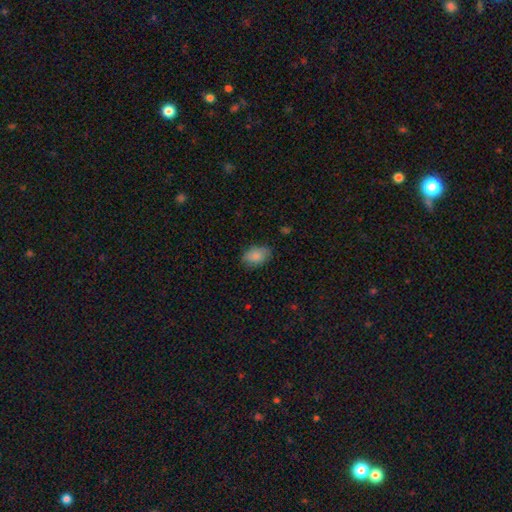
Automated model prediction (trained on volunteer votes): Smooth or featured? Predicted: smooth (p=0.87). How rounded? Predicted: in between (p=0.89). Merging? Predicted: none (p=0.78).